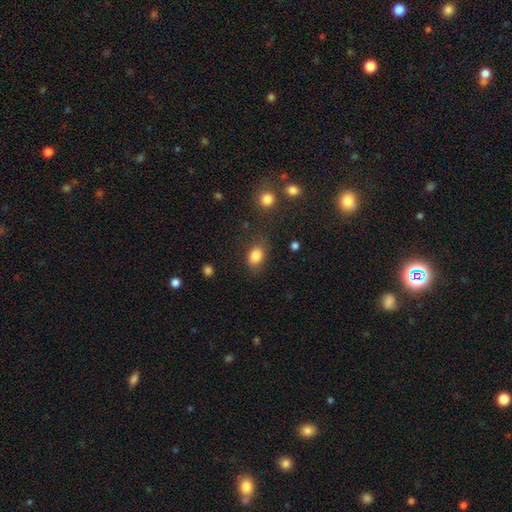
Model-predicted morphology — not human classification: Overall: smooth (85%). How rounded: in between (74%). Merging: none (75%).